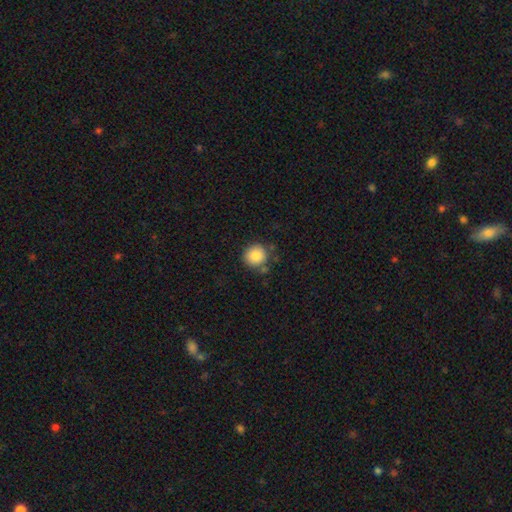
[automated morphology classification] A smooth galaxy with no disk features (87%) that is round (92%). Merging: none (79%).